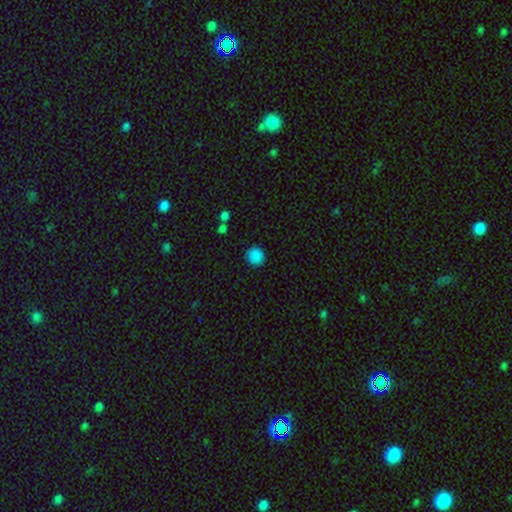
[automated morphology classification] Smooth or featured?
  - smooth: 87% *
  - star or artifact: 10%
  - featured or disk: 3%
How rounded?
  - round: 92% *
  - in between: 7%
  - cigar-shaped: 1%
Merging?
  - none: 90% *
  - minor disturbance: 6%
  - major disturbance: 2%
  - merger: 2%